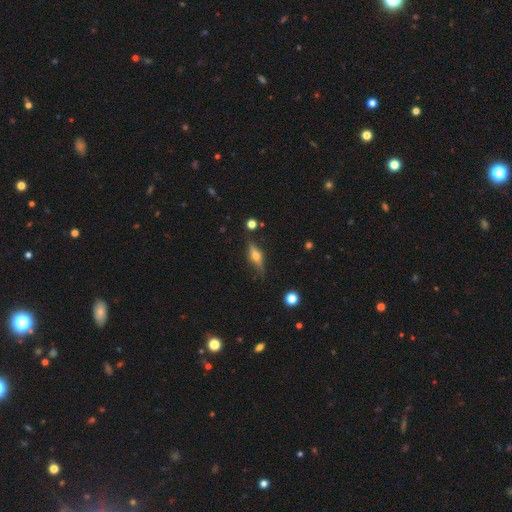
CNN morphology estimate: featured or disk 65%, smooth 27%, star or artifact 8%. Down the decision tree: edge-on disk — yes (93%); edge-on bulge — rounded (93%); merging — none (82%).